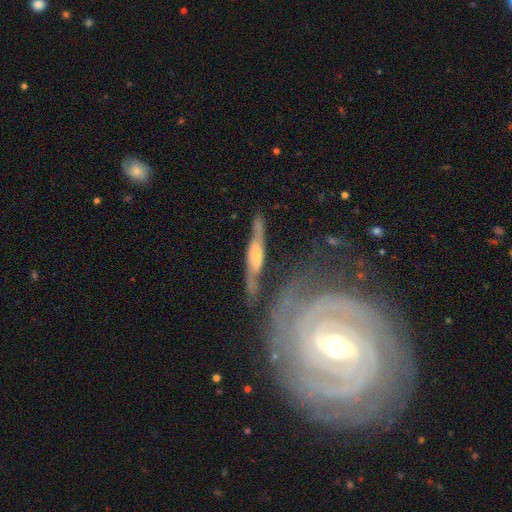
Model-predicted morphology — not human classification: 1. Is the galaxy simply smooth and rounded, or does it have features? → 73% featured or disk, 21% smooth, 6% star or artifact.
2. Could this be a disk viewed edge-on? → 60% yes, 40% no.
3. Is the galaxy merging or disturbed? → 62% none, 20% minor disturbance, 10% major disturbance, 9% merger.